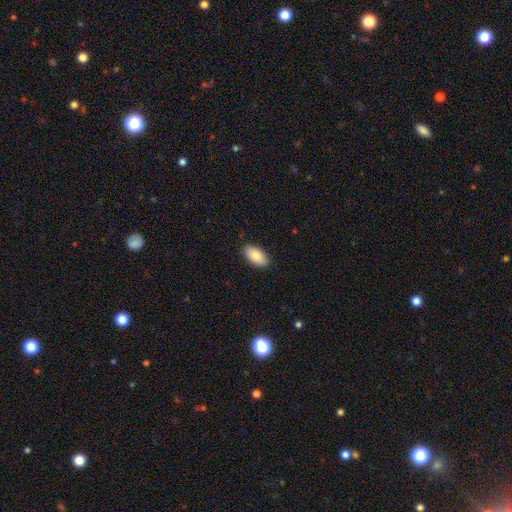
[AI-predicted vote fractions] The model was most divided on "smooth or featured": smooth: 84%, featured or disk: 9%, star or artifact: 6%. More confident: how rounded — in between (94%); merging — none (88%).